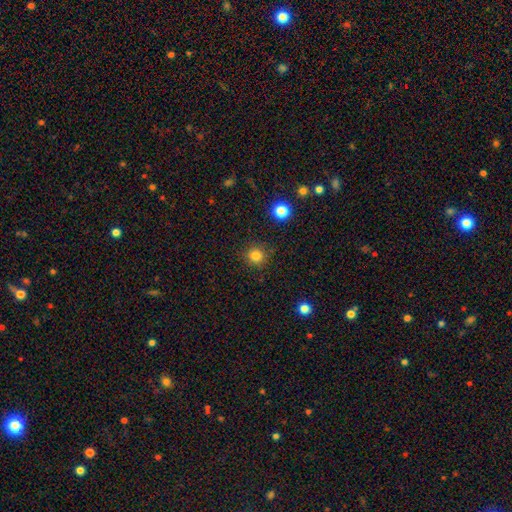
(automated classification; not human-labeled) This appears to be a smooth galaxy with no disk features (82%) that is round (94%). Merging: none (89%).